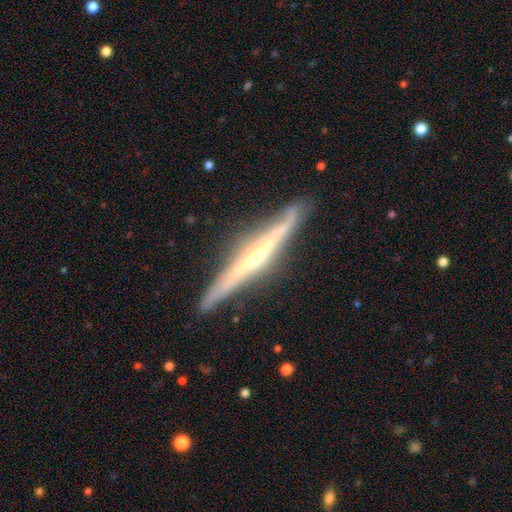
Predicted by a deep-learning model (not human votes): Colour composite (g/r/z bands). It shows a featured or disk galaxy (78%) viewed edge-on (95%) with a rounded central bulge (45%). Merging: none (83%).